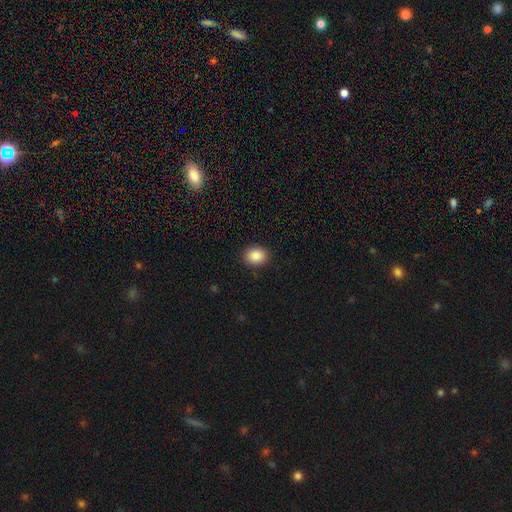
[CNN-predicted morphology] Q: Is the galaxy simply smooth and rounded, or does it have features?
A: smooth — 88%.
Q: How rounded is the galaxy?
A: in between — 54%.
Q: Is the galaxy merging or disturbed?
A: none — 90%.